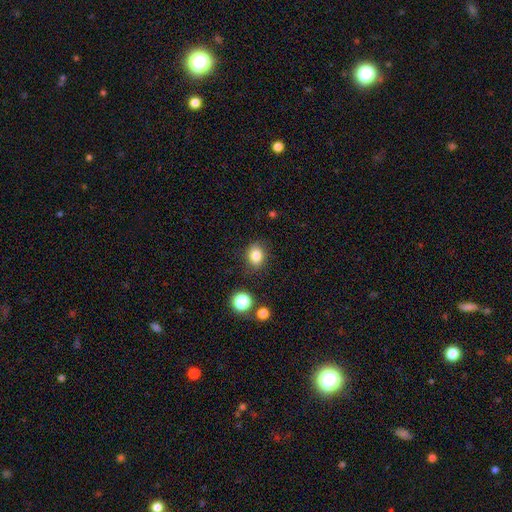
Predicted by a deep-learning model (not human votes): Smooth or featured? smooth (82%)
How rounded? round (55%)
Merging? none (83%)